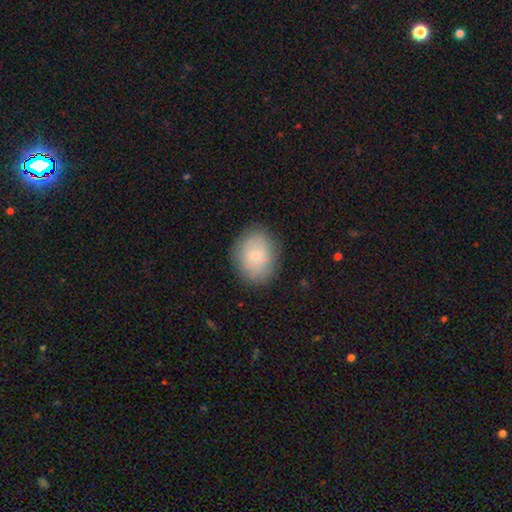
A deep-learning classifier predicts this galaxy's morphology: A smooth galaxy with no disk features (75%) that is in between round and cigar-shaped (52%).

Vote fractions:
- Smooth or featured? smooth: 75% / featured or disk: 17% / star or artifact: 8%
- How rounded? in between: 52% / round: 47% / cigar-shaped: 1%
- Merging? none: 83% / minor disturbance: 13% / major disturbance: 3% / merger: 1%